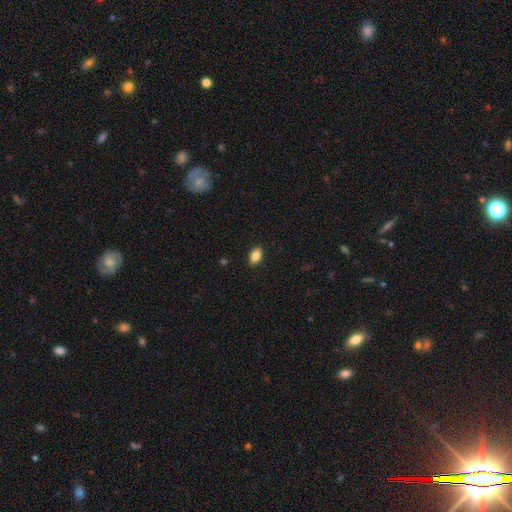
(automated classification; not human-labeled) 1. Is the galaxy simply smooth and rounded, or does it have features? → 85% smooth, 9% star or artifact, 6% featured or disk.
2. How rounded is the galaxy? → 87% in between, 11% round, 2% cigar-shaped.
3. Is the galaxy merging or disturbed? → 89% none, 8% minor disturbance, 2% major disturbance, 1% merger.